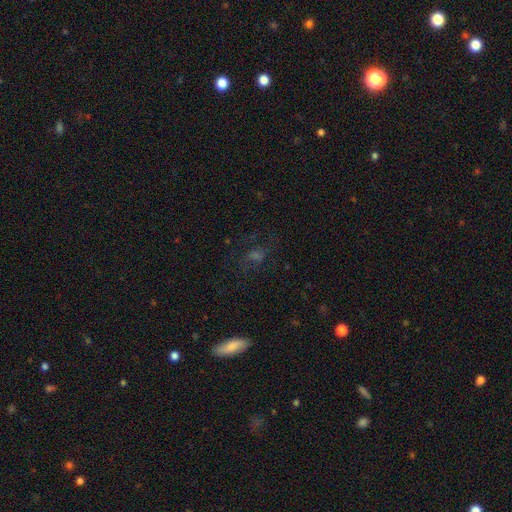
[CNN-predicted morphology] Overall: smooth (35%, tied with featured or disk). Merging: none (69%).